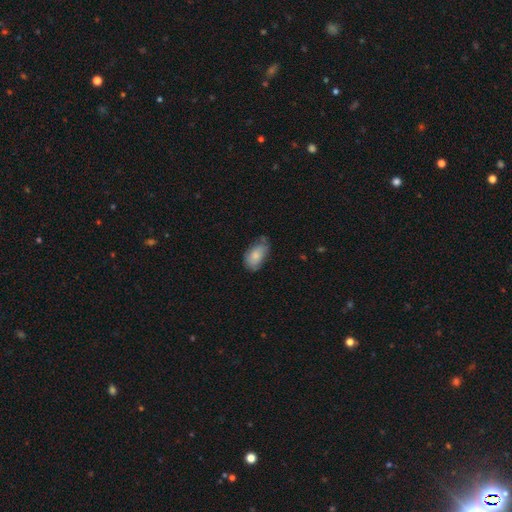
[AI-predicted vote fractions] This appears to be a smooth galaxy with no disk features (77%) that is in between round and cigar-shaped (92%). Merging: none (53%).